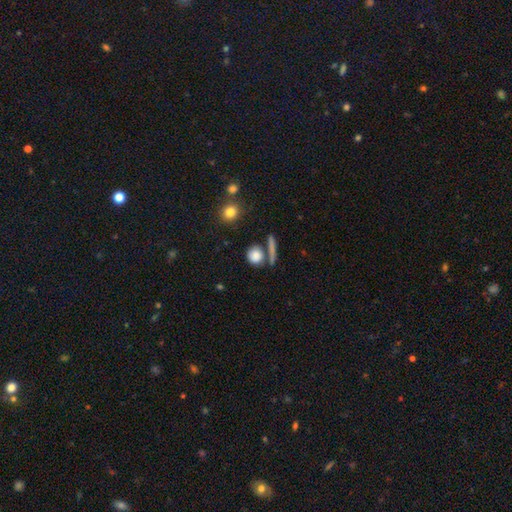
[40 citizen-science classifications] A smooth galaxy with no disk features (88%) that is round (83%). Merging: none (61%).